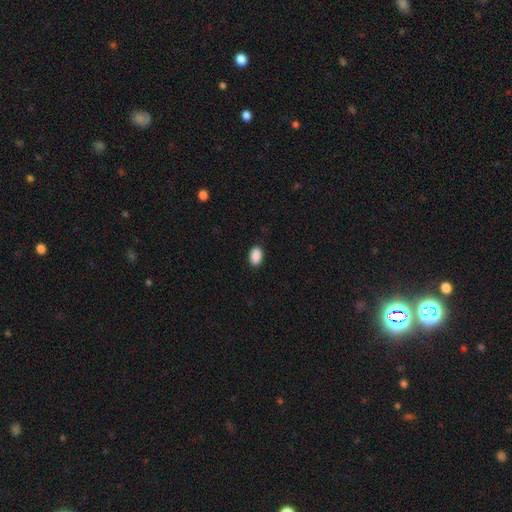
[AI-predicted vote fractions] Smooth or featured?
  - smooth: 90% *
  - star or artifact: 7%
  - featured or disk: 2%
How rounded?
  - in between: 90% *
  - round: 9%
  - cigar-shaped: 1%
Merging?
  - none: 89% *
  - minor disturbance: 8%
  - major disturbance: 2%
  - merger: 1%